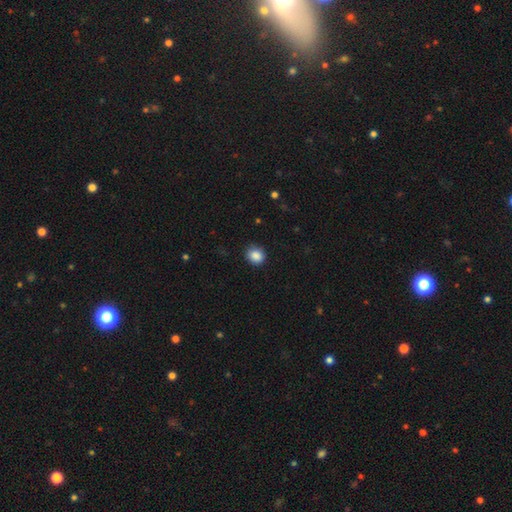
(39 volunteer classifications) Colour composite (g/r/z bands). It shows a smooth galaxy with no disk features (95%) that is round (89%). Merging: none (82%).